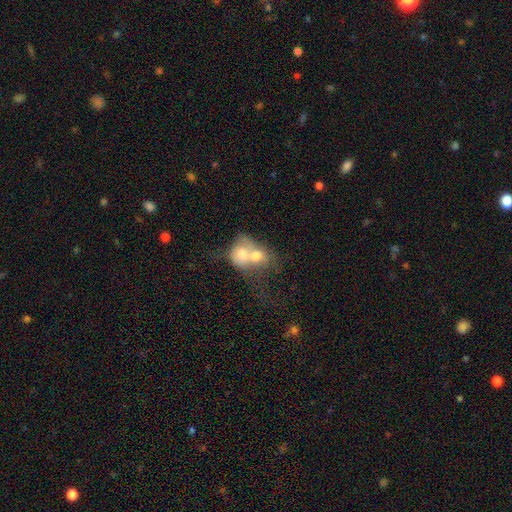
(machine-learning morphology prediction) This appears to be a smooth galaxy with no disk features (63%) that is round (56%). Merging: merger (80%).